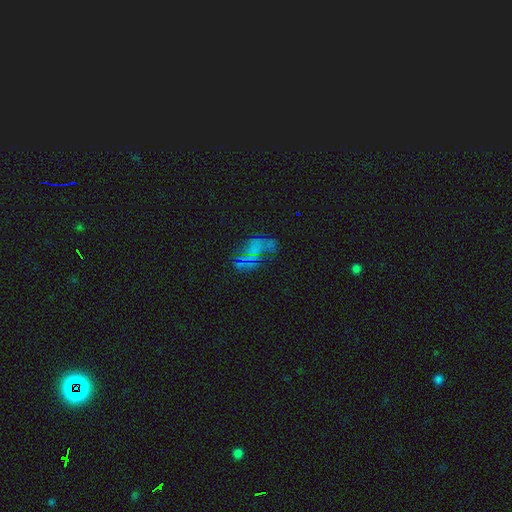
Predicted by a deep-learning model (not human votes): Q: Smooth or featured?
A: featured or disk (48%); runner-up: star or artifact (27%)
Q: Merging?
A: none (48%); runner-up: major disturbance (25%)